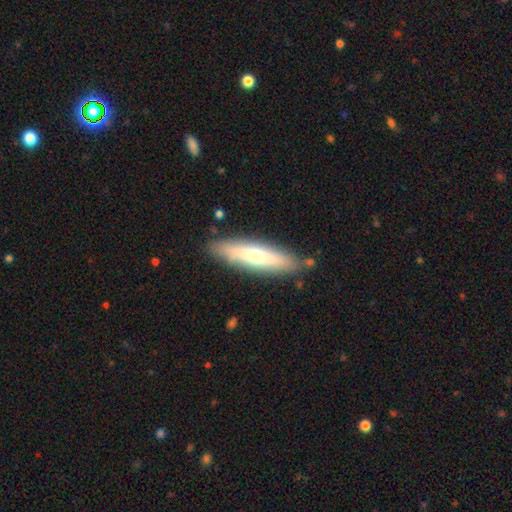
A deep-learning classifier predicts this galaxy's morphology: Overall: smooth (53%; featured or disk 42%). How rounded: cigar-shaped (71%). Merging: none (85%).